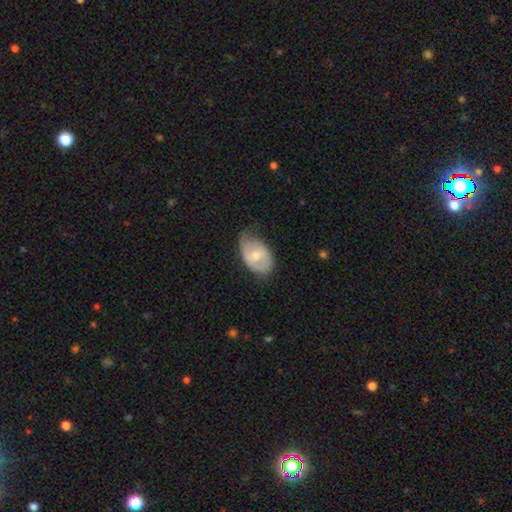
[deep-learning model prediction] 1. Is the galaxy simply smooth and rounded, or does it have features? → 47% smooth (tied), 47% featured or disk (tied), 6% star or artifact.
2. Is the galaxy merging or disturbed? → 42% minor disturbance, 38% none, 18% major disturbance, 2% merger.